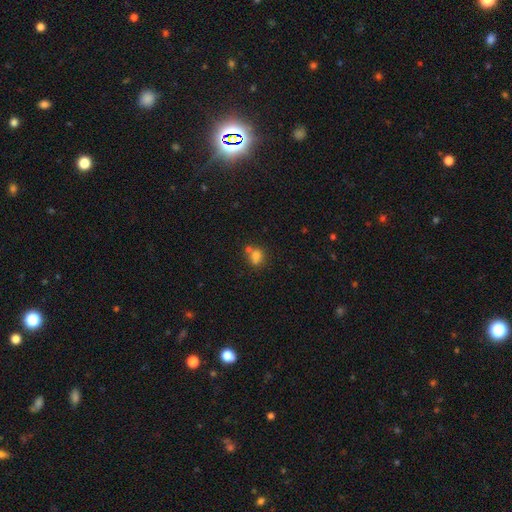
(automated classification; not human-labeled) This is likely a smooth galaxy (75%). How rounded: possibly round (59%). Merging: possibly none (46%).